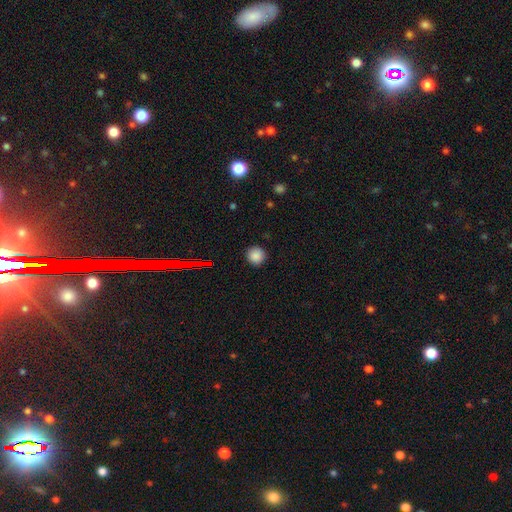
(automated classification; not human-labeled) Smooth or featured? Predicted: smooth (p=0.85). How rounded? Predicted: round (p=0.94). Merging? Predicted: none (p=0.91).